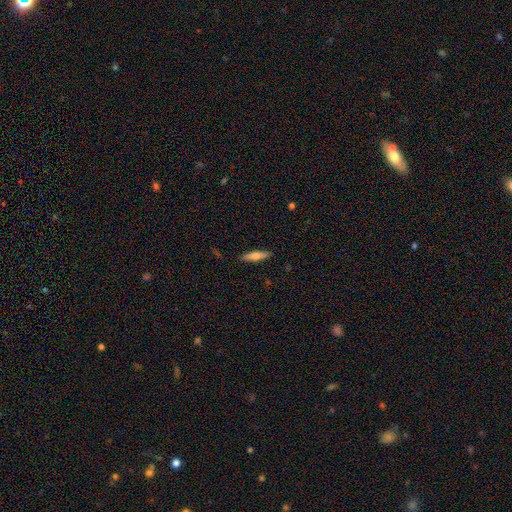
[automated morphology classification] Q: Smooth or featured?
A: smooth (62%); runner-up: featured or disk (32%)
Q: How rounded?
A: cigar-shaped (71%); runner-up: in between (27%)
Q: Merging?
A: none (89%); runner-up: minor disturbance (8%)